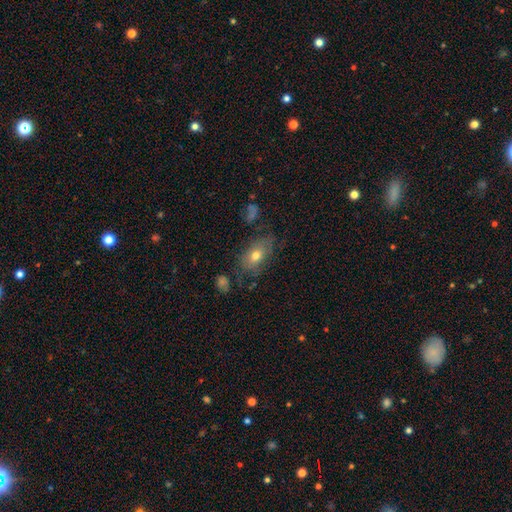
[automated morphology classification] The model was most divided on "merging": none: 61%, minor disturbance: 24%, major disturbance: 11%, merger: 3%. More confident: how rounded — in between (83%); smooth or featured — smooth (68%).